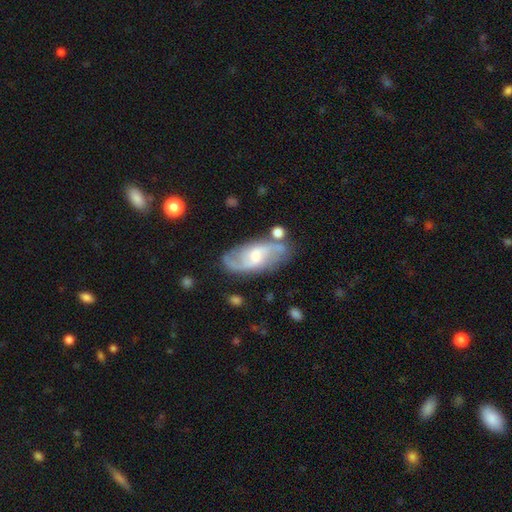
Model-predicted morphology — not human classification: Smooth or featured?
  - featured or disk: 79% *
  - smooth: 15%
  - star or artifact: 6%
Edge-on disk?
  - no: 94% *
  - yes: 6%
Bar?
  - weak: 50% *
  - no: 36%
  - strong: 13%
Spiral arms?
  - yes: 94% *
  - no: 6%
Spiral winding?
  - loose: 50% *
  - medium: 38%
  - tight: 12%
Spiral arm count?
  - 2: 87% *
  - can't tell: 6%
  - 1: 2%
  - 3: 2%
  - 4: 1%
  - more than 4: 1%
Bulge size?
  - moderate: 52% *
  - small: 34%
  - large: 8%
  - none: 5%
  - dominant: 1%
Merging?
  - none: 73% *
  - minor disturbance: 16%
  - merger: 6%
  - major disturbance: 5%